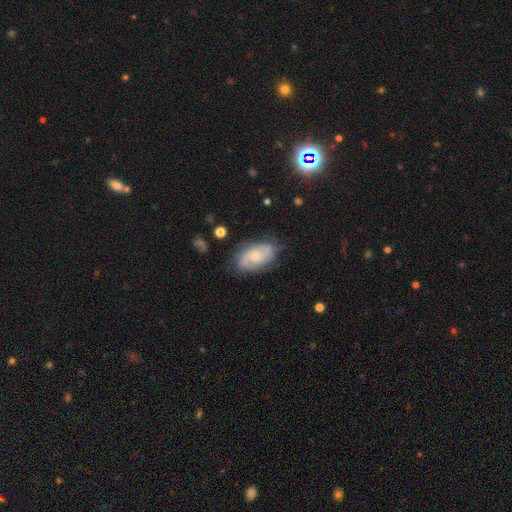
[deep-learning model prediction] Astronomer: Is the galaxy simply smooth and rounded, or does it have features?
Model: featured or disk — 65%.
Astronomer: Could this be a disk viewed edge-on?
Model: no — 96%.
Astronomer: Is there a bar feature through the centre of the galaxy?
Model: no — 74%.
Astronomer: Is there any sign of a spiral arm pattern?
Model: yes — 87%.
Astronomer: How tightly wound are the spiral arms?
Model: tight — 46% (runner-up: medium, 38%).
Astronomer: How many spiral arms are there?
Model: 2 — 51% (runner-up: can't tell, 30%).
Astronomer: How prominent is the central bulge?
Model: small — 64%.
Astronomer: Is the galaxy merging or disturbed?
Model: none — 67%.